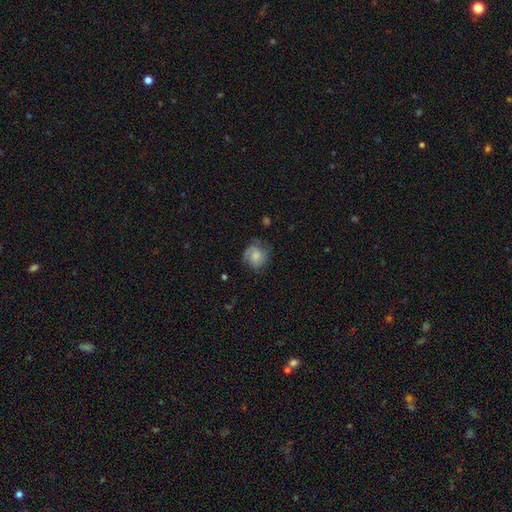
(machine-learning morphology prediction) smooth_or_featured: featured or disk (p=0.47) [alt: smooth p=0.45]
merging: none (p=0.65) [alt: minor disturbance p=0.23]